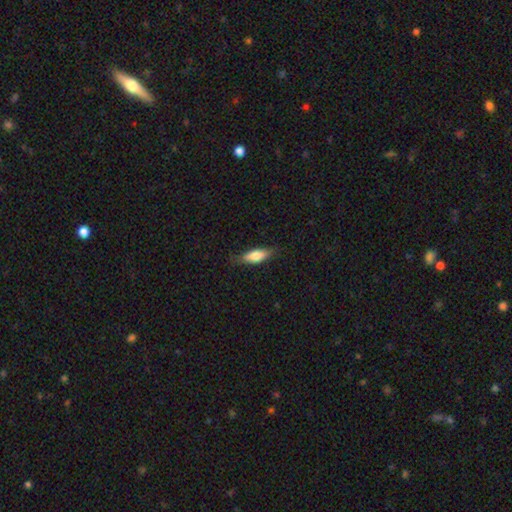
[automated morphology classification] This appears to be a smooth galaxy with no disk features (76%) that is in between round and cigar-shaped (62%). Merging: none (78%).